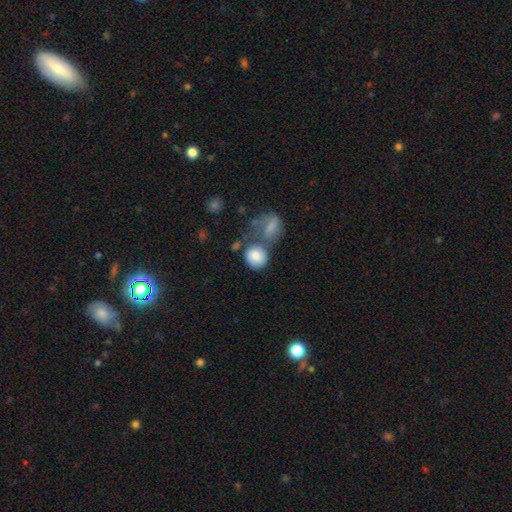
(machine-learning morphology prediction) smooth_or_featured: smooth (p=0.83) [alt: featured or disk p=0.10]
how_rounded: round (p=0.75) [alt: in between p=0.24]
merging: none (p=0.40) [alt: merger p=0.36]